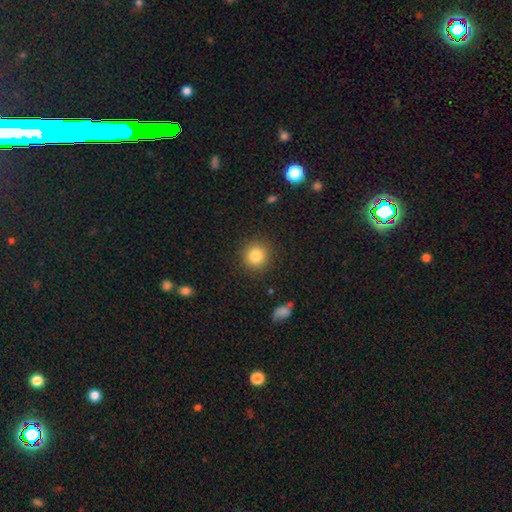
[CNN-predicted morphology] The model was most divided on "smooth or featured": smooth: 83%, star or artifact: 10%, featured or disk: 7%. More confident: how rounded — round (92%); merging — none (89%).